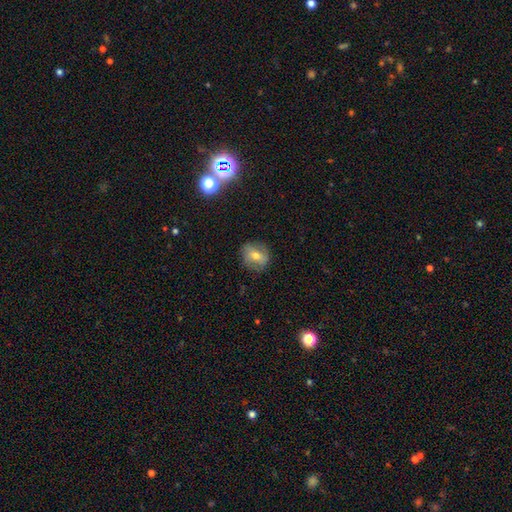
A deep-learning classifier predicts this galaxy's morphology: A smooth galaxy with no disk features (56%) that is round (67%). Merging: none (78%).